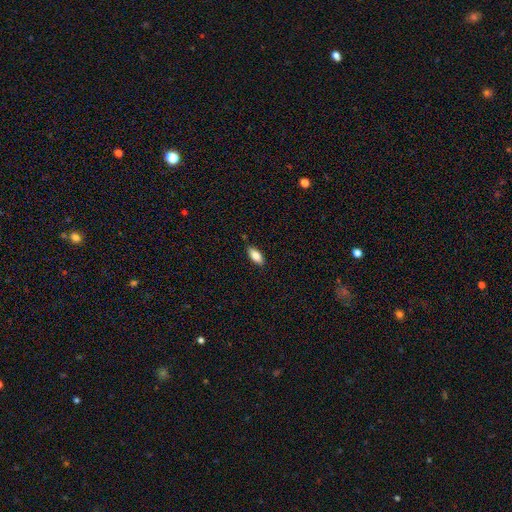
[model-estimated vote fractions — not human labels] A smooth galaxy with no disk features (85%) that is in between round and cigar-shaped (88%).

Vote fractions:
- Smooth or featured? smooth: 85% / featured or disk: 8% / star or artifact: 7%
- How rounded? in between: 88% / cigar-shaped: 10% / round: 2%
- Merging? none: 87% / minor disturbance: 10% / major disturbance: 2% / merger: 1%